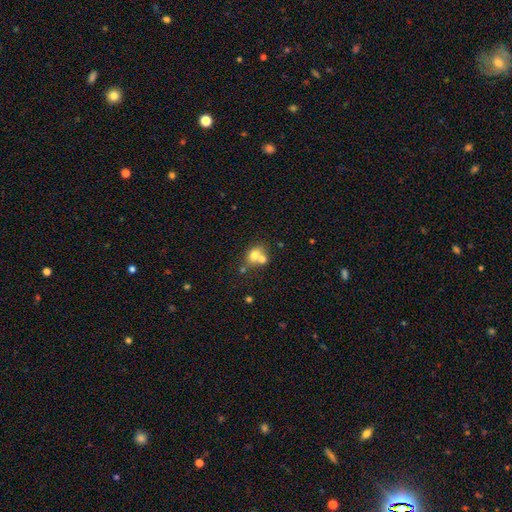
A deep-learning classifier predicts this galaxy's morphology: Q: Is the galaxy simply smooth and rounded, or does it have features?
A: smooth — 71%.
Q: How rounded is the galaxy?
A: in between — 50%.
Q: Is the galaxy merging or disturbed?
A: merger — 52%.